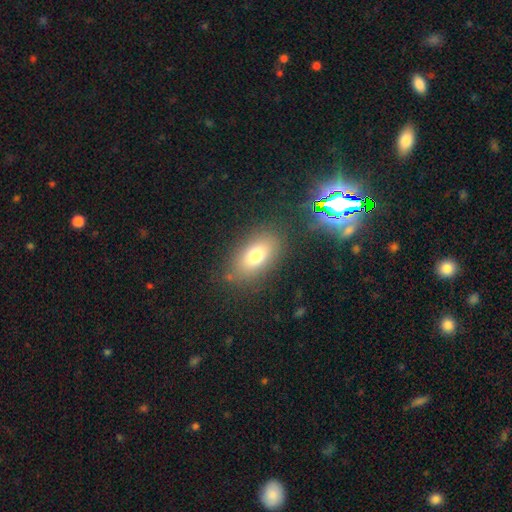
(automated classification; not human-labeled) This appears to be a smooth galaxy with no disk features (75%) that is in between round and cigar-shaped (87%). Merging: none (81%).